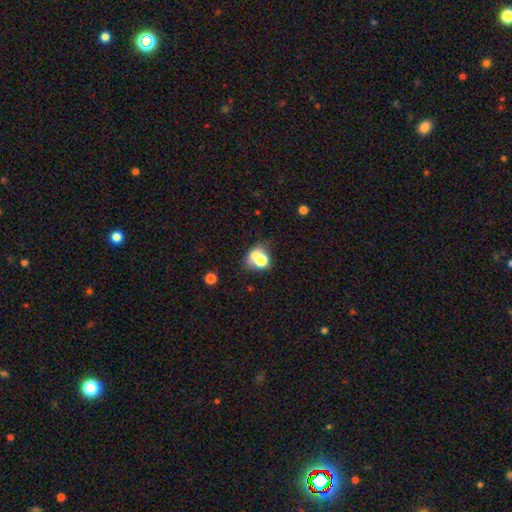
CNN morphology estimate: smooth_or_featured: smooth (p=0.67) [alt: featured or disk p=0.18]
how_rounded: round (p=0.59) [alt: in between p=0.39]
merging: merger (p=0.46) [alt: none p=0.33]